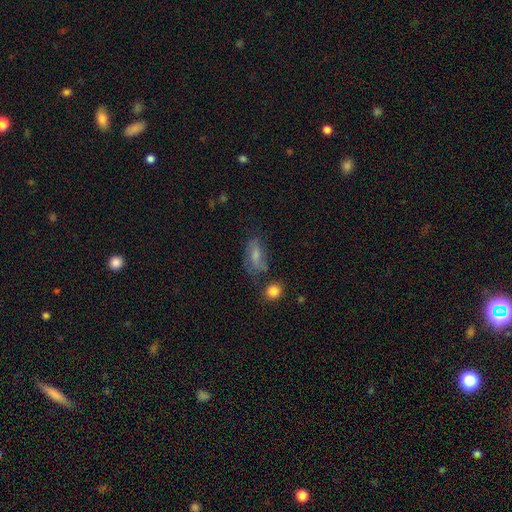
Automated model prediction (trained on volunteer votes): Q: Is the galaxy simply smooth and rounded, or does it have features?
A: smooth — 55%.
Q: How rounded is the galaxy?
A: in between — 80%.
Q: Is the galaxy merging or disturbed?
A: none — 51%.